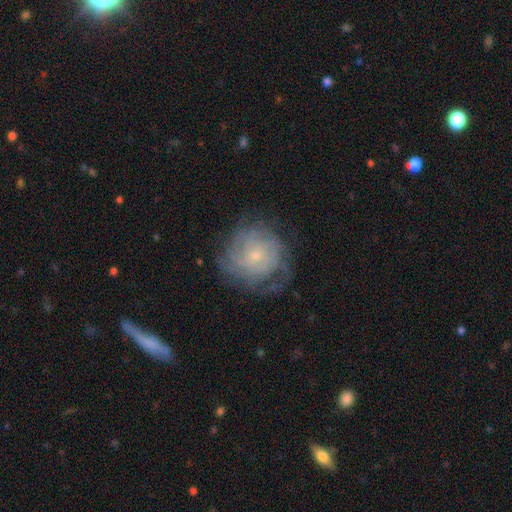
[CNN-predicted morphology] This appears to be a featured or disk galaxy (71%) with no bar (77%), tight (69%) spiral arms (89%) and a small central bulge (81%). Merging: none (65%).